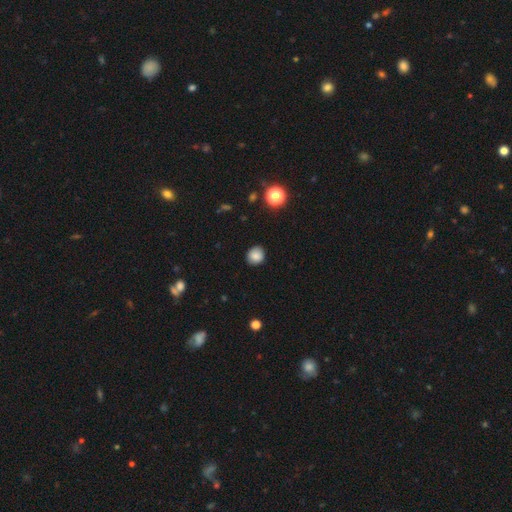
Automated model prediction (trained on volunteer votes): Overall: smooth (85%). How rounded: round (79%). Merging: none (87%).